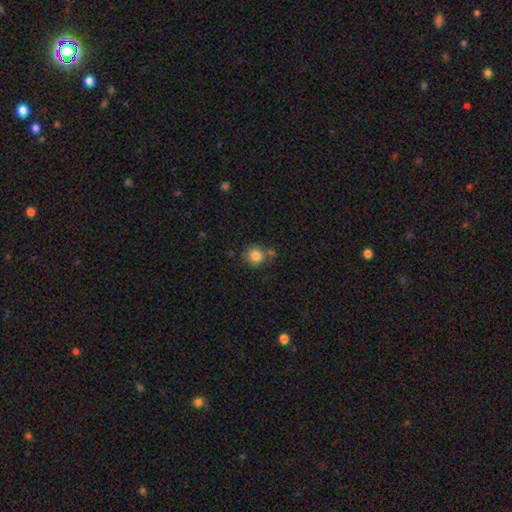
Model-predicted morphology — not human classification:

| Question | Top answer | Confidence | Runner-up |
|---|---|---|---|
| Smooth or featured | smooth | 85% | star or artifact (10%) |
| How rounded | round | 87% | in between (12%) |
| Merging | none | 65% | minor disturbance (15%) |